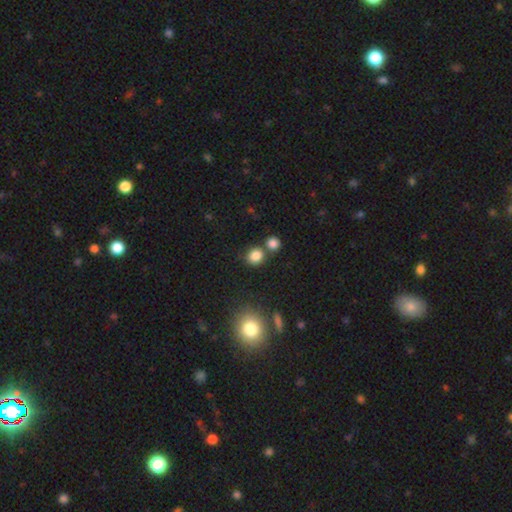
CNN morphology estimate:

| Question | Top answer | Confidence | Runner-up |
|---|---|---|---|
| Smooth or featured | smooth | 83% | star or artifact (12%) |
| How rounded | round | 80% | in between (19%) |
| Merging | none | 65% | merger (22%) |